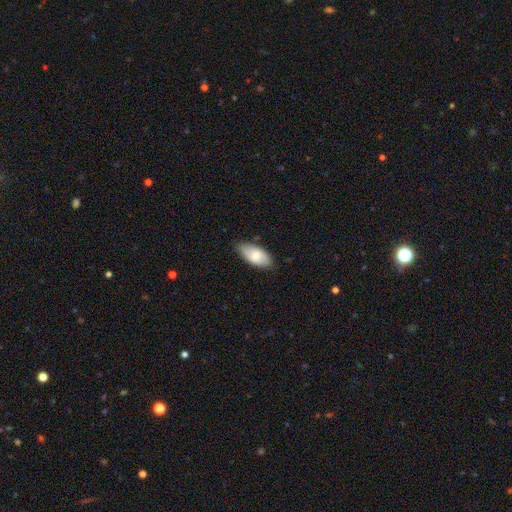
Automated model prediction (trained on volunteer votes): Overall: smooth (79%). How rounded: in between (92%). Merging: none (77%).